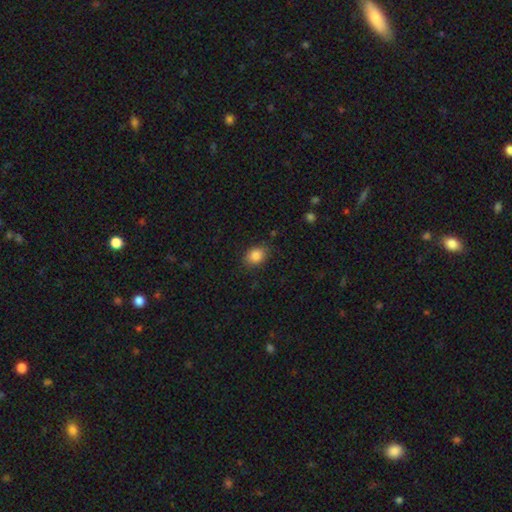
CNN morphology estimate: A smooth galaxy with no disk features (86%) that is in between round and cigar-shaped (64%). Merging: none (81%).